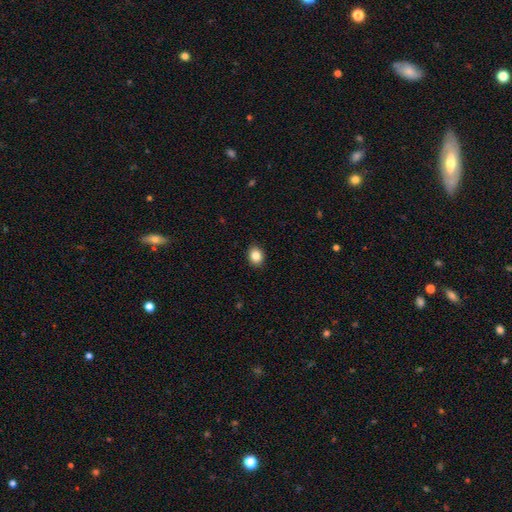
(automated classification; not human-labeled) Overall: smooth (86%). How rounded: round (55%; in between 44%). Merging: none (90%).